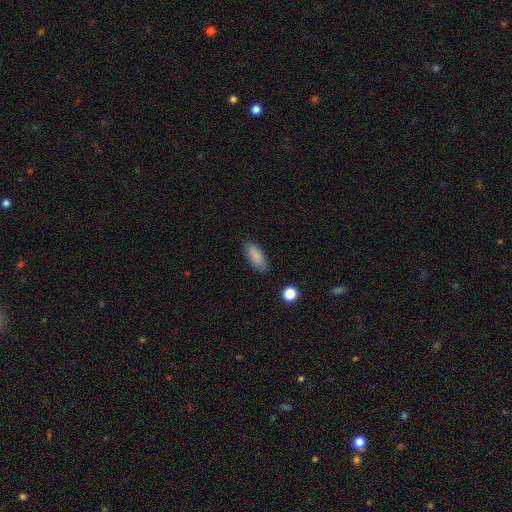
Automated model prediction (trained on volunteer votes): smooth 85%, star or artifact 8%, featured or disk 7%. Down the decision tree: how rounded — in between (81%); merging — none (83%).